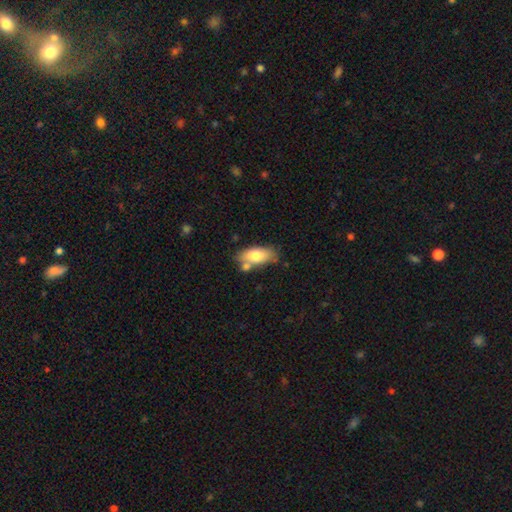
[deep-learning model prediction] This appears to be a smooth galaxy with no disk features (76%) that is in between round and cigar-shaped (86%). Merging: none (62%).